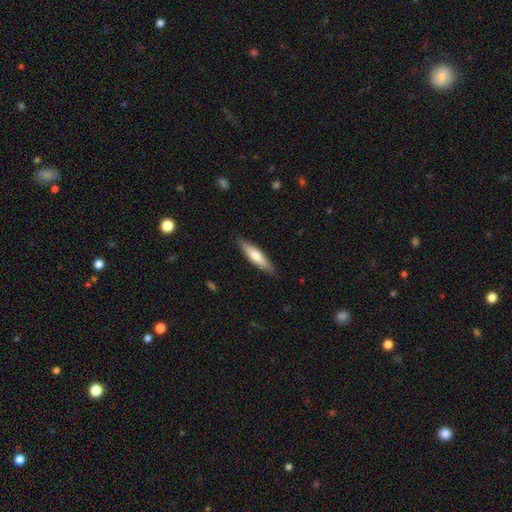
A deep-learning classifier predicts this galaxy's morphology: Smooth or featured? smooth (62%)
How rounded? cigar-shaped (76%)
Merging? none (89%)